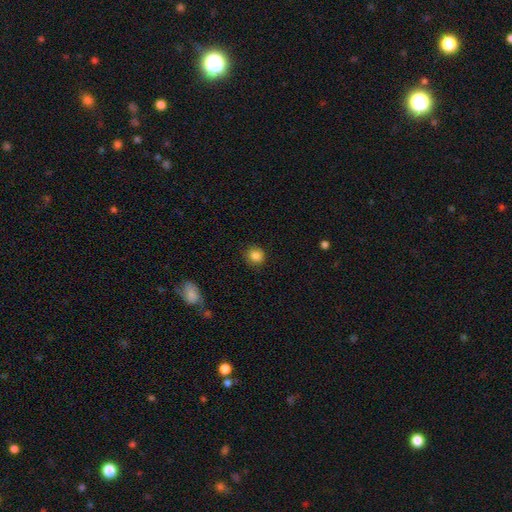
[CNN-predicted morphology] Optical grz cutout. It shows a smooth galaxy with no disk features (86%) that is round (85%). Merging: none (86%).